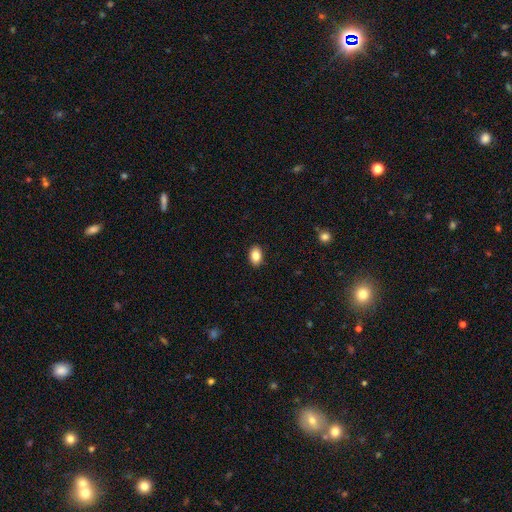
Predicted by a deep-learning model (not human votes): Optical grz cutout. It shows a smooth galaxy with no disk features (85%) that is in between round and cigar-shaped (85%). Merging: none (90%).